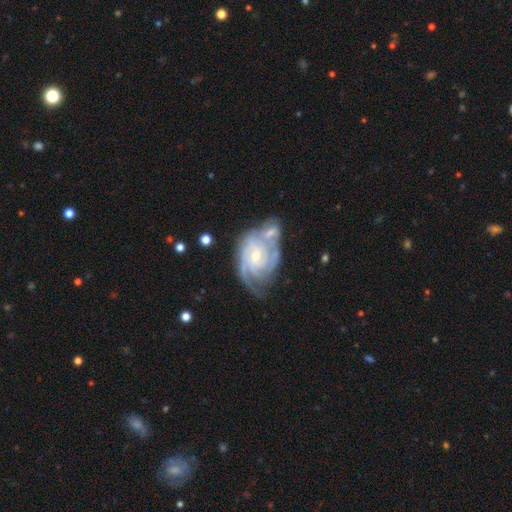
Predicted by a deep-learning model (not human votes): Smooth or featured: featured or disk — 87% (smooth — 8%)
Edge-on disk: no — 97% (yes — 3%)
Bar: no — 59% (weak — 34%)
Spiral arms: yes — 96% (no — 4%)
Spiral winding: tight — 66% (medium — 28%)
Spiral arm count: 2 — 33% (can't tell — 26%)
Bulge size: small — 61% (moderate — 35%)
Merging: none — 40% (merger — 30%)